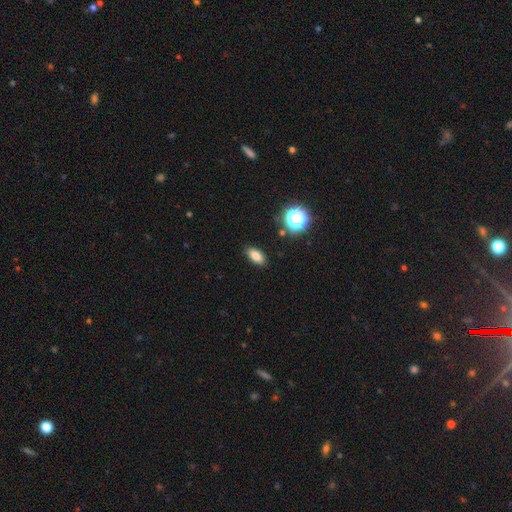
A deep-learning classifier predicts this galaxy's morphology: Q: Smooth or featured?
A: smooth (80%); runner-up: star or artifact (12%)
Q: How rounded?
A: in between (86%); runner-up: cigar-shaped (8%)
Q: Merging?
A: none (88%); runner-up: minor disturbance (8%)